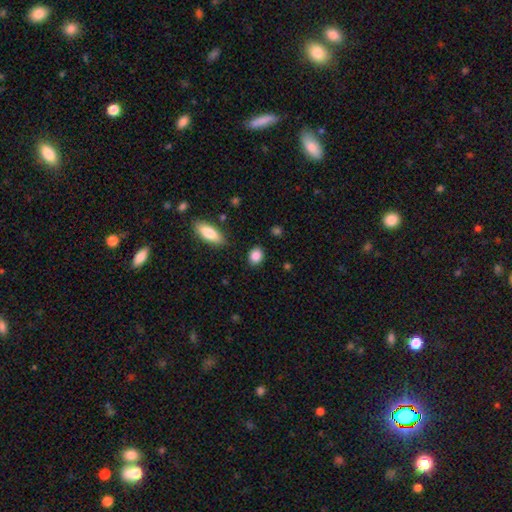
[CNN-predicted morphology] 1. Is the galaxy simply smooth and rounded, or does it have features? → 87% smooth, 8% star or artifact, 5% featured or disk.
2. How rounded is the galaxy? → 59% in between, 39% round, 2% cigar-shaped.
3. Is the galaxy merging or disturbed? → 87% none, 9% minor disturbance, 2% major disturbance, 2% merger.